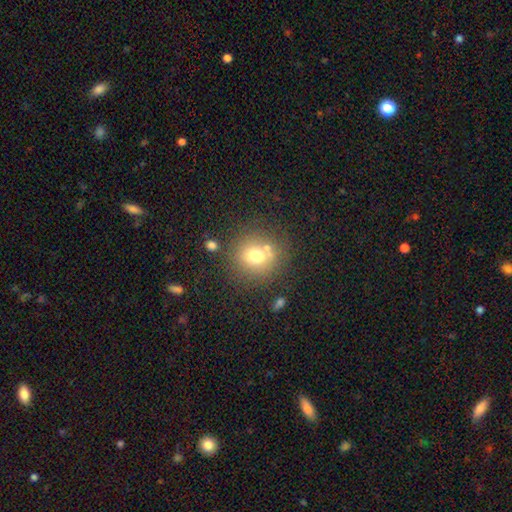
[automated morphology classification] Q: Smooth or featured?
A: smooth (71%); runner-up: featured or disk (15%)
Q: How rounded?
A: round (87%); runner-up: in between (12%)
Q: Merging?
A: none (71%); runner-up: merger (12%)